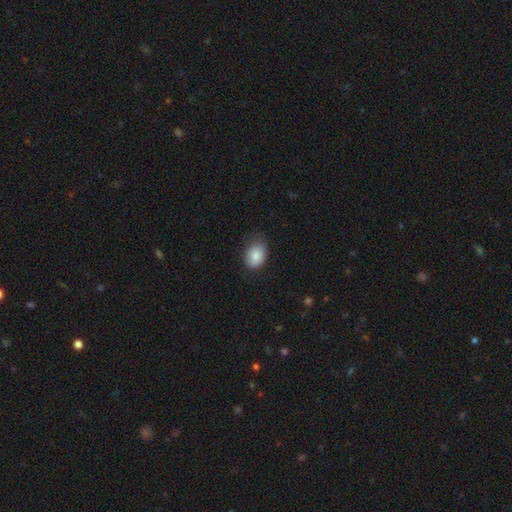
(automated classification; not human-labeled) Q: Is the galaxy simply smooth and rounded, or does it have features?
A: smooth — 85%.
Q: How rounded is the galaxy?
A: in between — 77%.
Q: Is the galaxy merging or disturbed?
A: none — 65%.